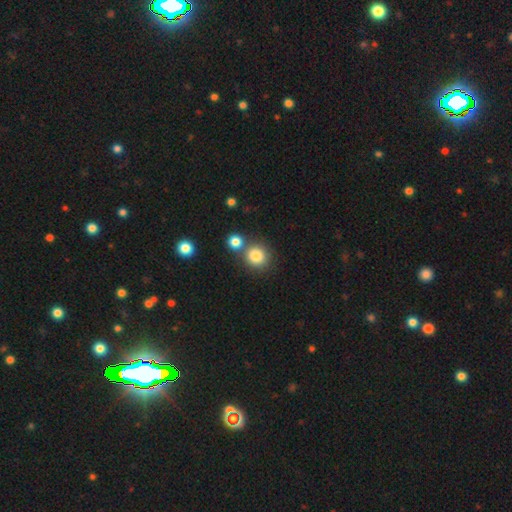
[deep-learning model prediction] Smooth or featured? smooth (82%)
How rounded? round (90%)
Merging? none (67%)